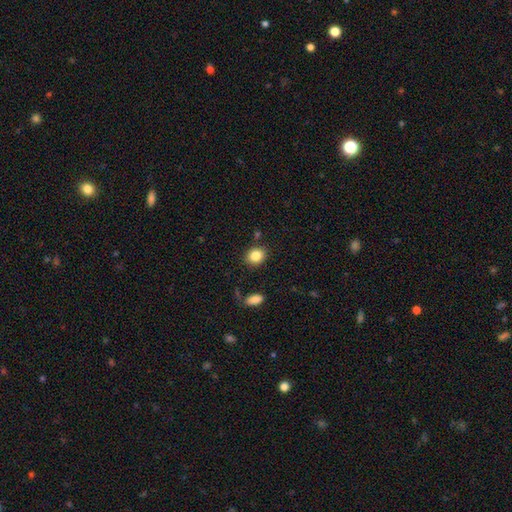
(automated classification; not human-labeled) smooth-or-featured: smooth: 85% | star or artifact: 9% | featured or disk: 6%
  how-rounded: round: 56% | in between: 43% | cigar-shaped: 1%
  merging: none: 84% | minor disturbance: 10% | merger: 3% | major disturbance: 3%